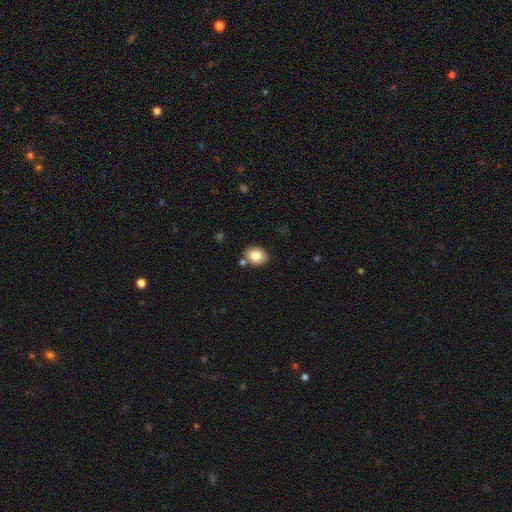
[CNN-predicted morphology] Q: Smooth or featured?
A: smooth (83%); runner-up: star or artifact (9%)
Q: How rounded?
A: in between (62%); runner-up: round (37%)
Q: Merging?
A: none (79%); runner-up: minor disturbance (11%)